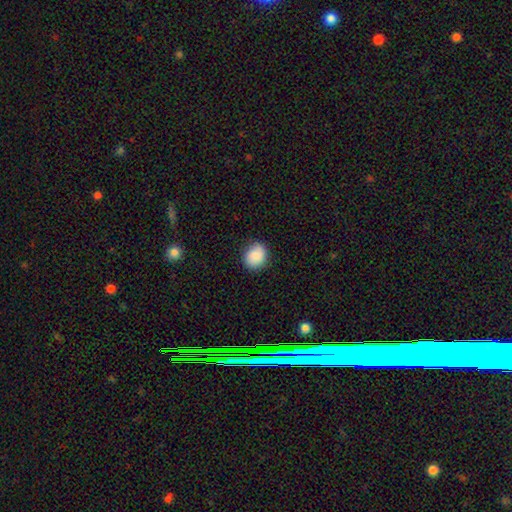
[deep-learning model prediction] A smooth galaxy with no disk features (85%) that is round (64%). Merging: none (85%).